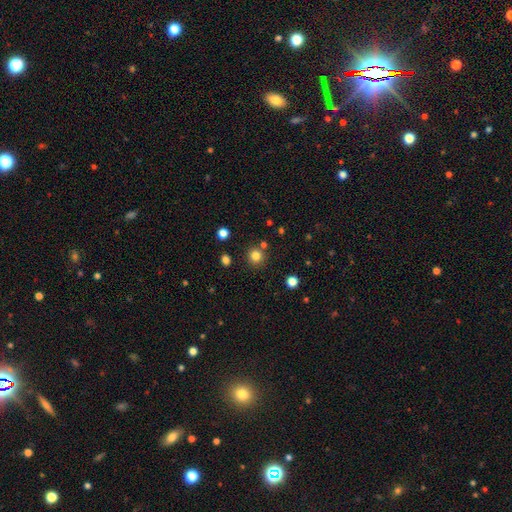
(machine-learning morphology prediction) Overall: smooth (81%). How rounded: round (94%). Merging: none (83%).